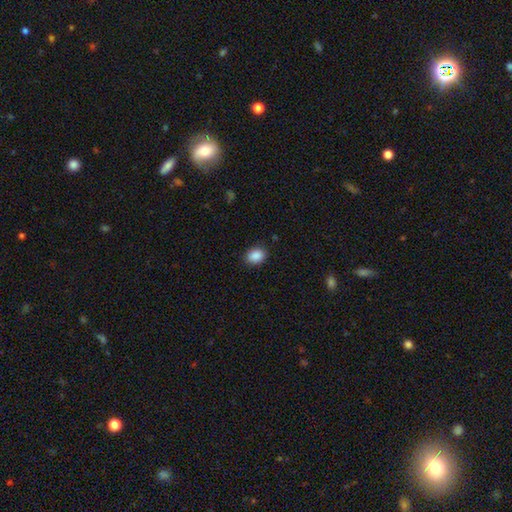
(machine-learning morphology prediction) Overall: smooth (89%). How rounded: in between (66%; round 33%). Merging: none (88%).